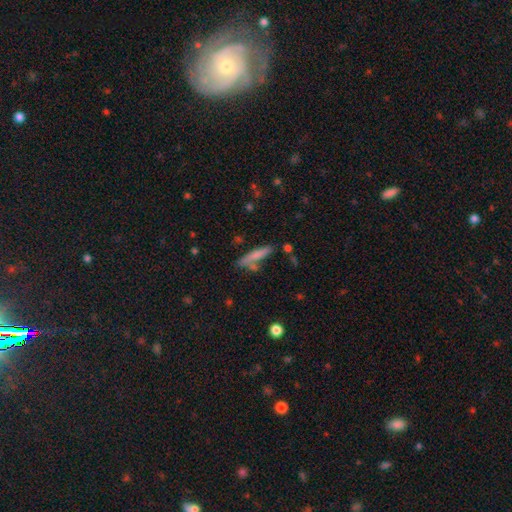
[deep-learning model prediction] Morphology: type=smooth (68%); roundness=cigar-shaped (88%); merging=none (70%).